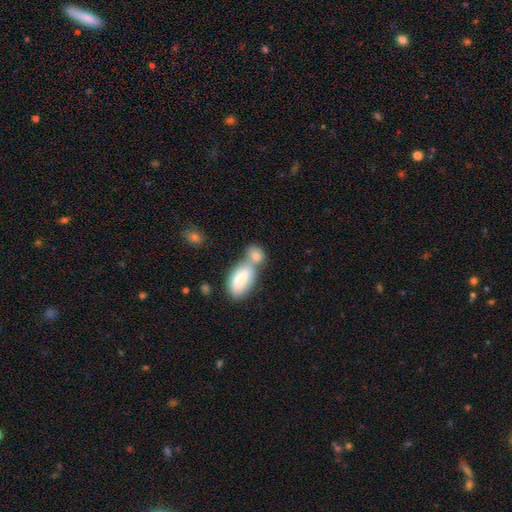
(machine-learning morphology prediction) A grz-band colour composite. It shows a smooth galaxy with no disk features (80%) that is in between round and cigar-shaped (85%). Merging: merger (63%).